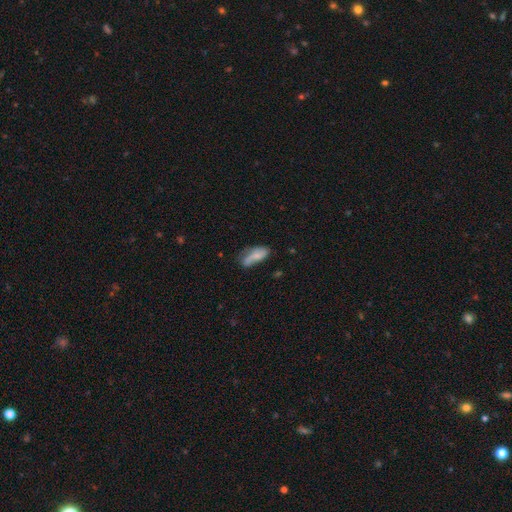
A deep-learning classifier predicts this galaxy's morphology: smooth 63%, featured or disk 30%, star or artifact 8%. Down the decision tree: how rounded — in between (76%); merging — none (46%).